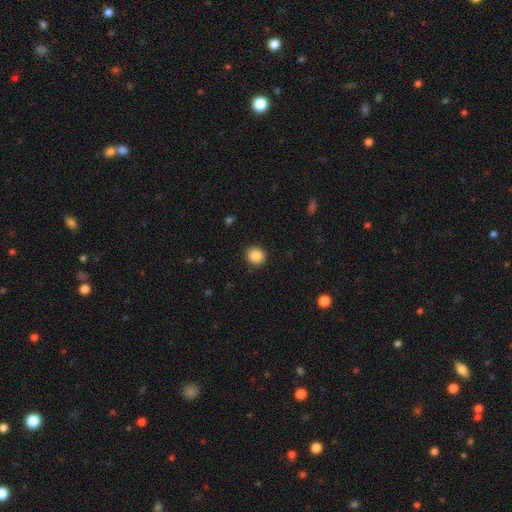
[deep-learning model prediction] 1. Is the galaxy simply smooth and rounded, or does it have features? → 86% smooth, 9% star or artifact, 4% featured or disk.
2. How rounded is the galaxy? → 86% round, 13% in between, 1% cigar-shaped.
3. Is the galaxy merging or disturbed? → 91% none, 6% minor disturbance, 2% major disturbance, 1% merger.